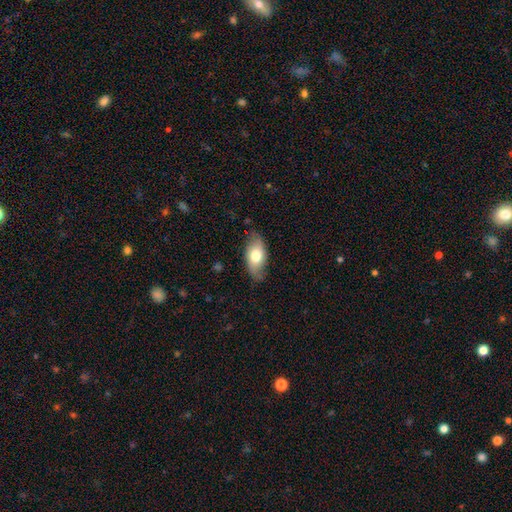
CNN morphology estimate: A smooth galaxy with no disk features (68%) that is in between round and cigar-shaped (92%).

Vote fractions:
- Smooth or featured? smooth: 68% / featured or disk: 26% / star or artifact: 6%
- How rounded? in between: 92% / cigar-shaped: 5% / round: 4%
- Merging? none: 76% / minor disturbance: 19% / major disturbance: 4% / merger: 1%